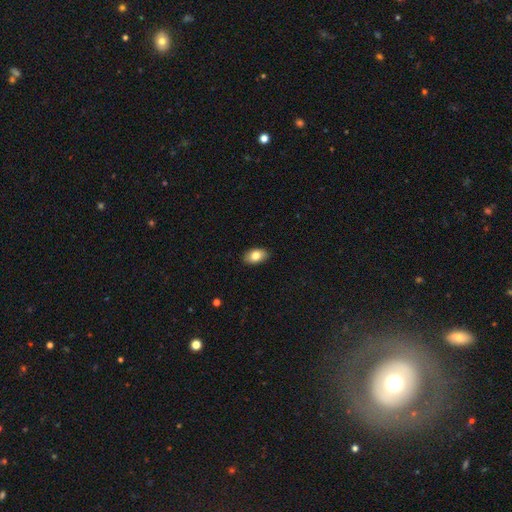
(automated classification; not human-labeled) smooth 82%, featured or disk 11%, star or artifact 7%. Down the decision tree: how rounded — in between (91%); merging — none (88%).